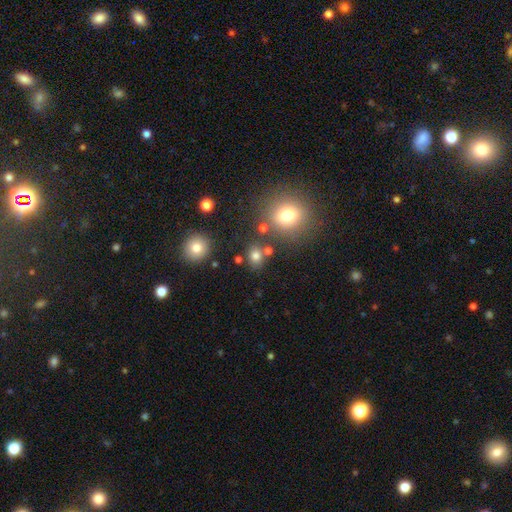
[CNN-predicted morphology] Overall: smooth (75%). How rounded: round (66%; in between 33%). Merging: none (76%).